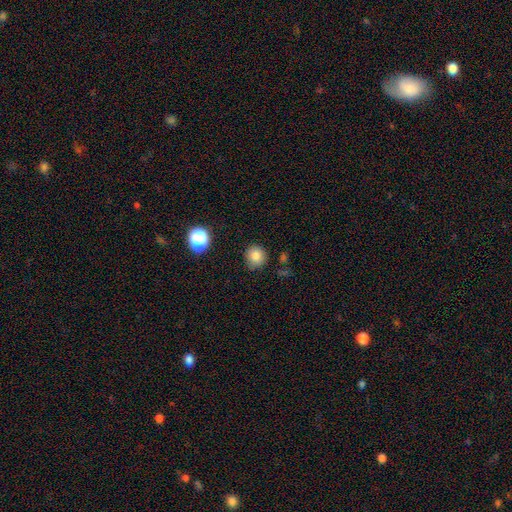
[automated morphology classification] smooth-or-featured: smooth: 82% | star or artifact: 12% | featured or disk: 6%
  how-rounded: round: 88% | in between: 11% | cigar-shaped: 1%
  merging: none: 84% | minor disturbance: 11% | major disturbance: 3% | merger: 2%